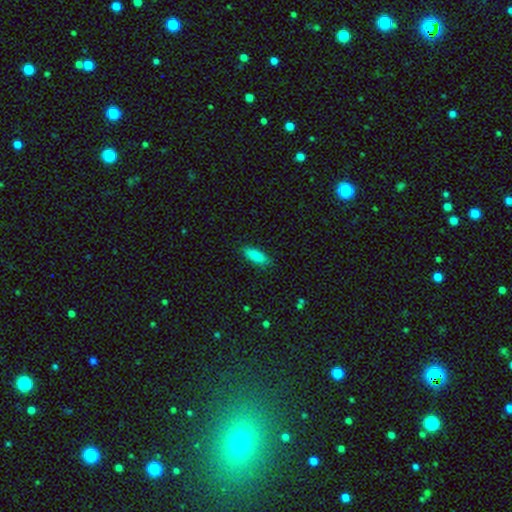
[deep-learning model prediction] Smooth or featured?
  - smooth: 84% *
  - featured or disk: 9%
  - star or artifact: 7%
How rounded?
  - in between: 64% *
  - cigar-shaped: 34%
  - round: 2%
Merging?
  - none: 87% *
  - minor disturbance: 10%
  - major disturbance: 2%
  - merger: 1%